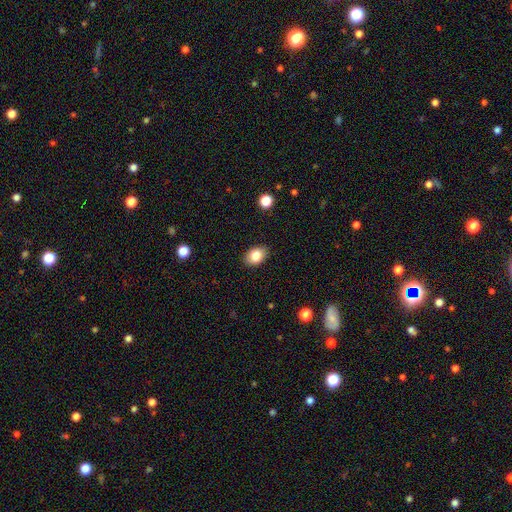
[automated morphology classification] smooth-or-featured: smooth: 82% | featured or disk: 9% | star or artifact: 8%
  how-rounded: in between: 81% | round: 18% | cigar-shaped: 1%
  merging: none: 88% | minor disturbance: 9% | major disturbance: 2% | merger: 1%